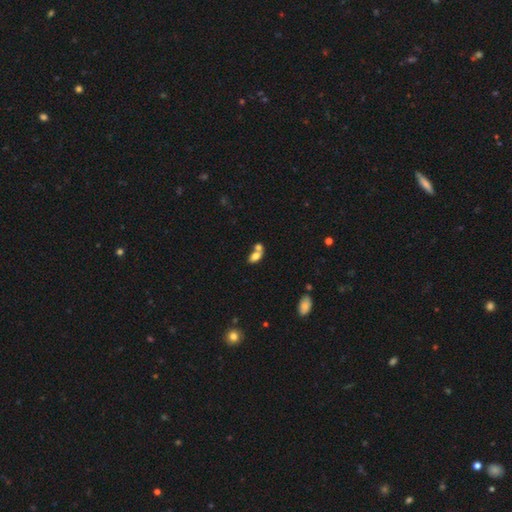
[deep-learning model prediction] A smooth galaxy with no disk features (75%) that is in between round and cigar-shaped (86%). Merging: merger (58%).